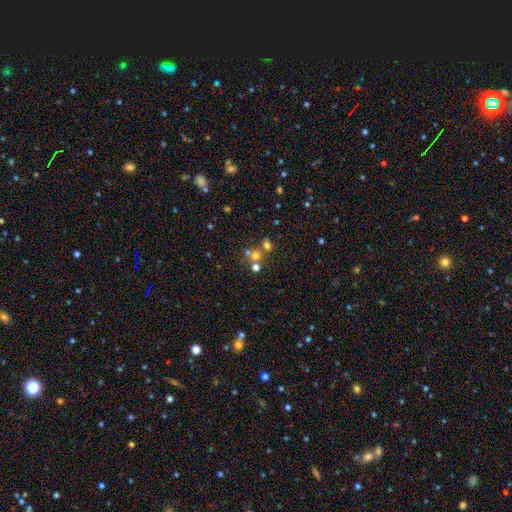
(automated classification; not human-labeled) Q: Smooth or featured?
A: smooth (57%); runner-up: star or artifact (27%)
Q: How rounded?
A: round (82%); runner-up: in between (16%)
Q: Merging?
A: none (48%); runner-up: merger (40%)